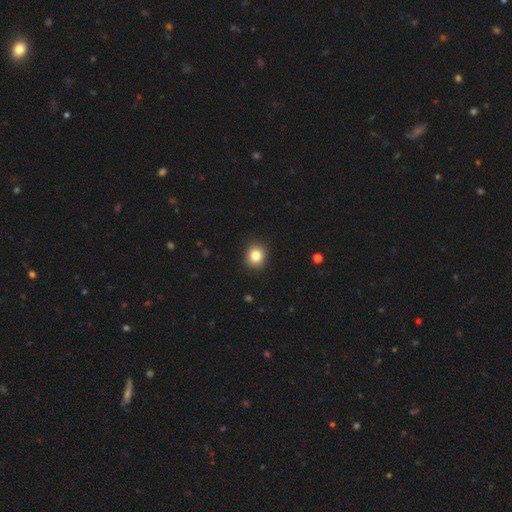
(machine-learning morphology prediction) Smooth or featured: smooth — 84% (star or artifact — 10%)
How rounded: round — 78% (in between — 21%)
Merging: none — 91% (minor disturbance — 6%)